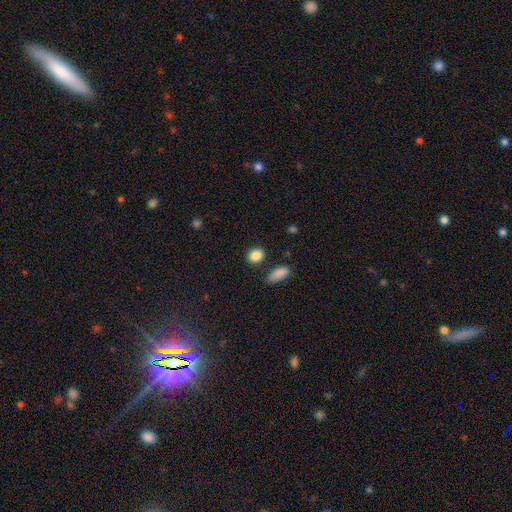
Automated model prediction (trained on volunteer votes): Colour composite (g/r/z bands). It shows a smooth galaxy with no disk features (87%) that is round (54%). Merging: none (82%).